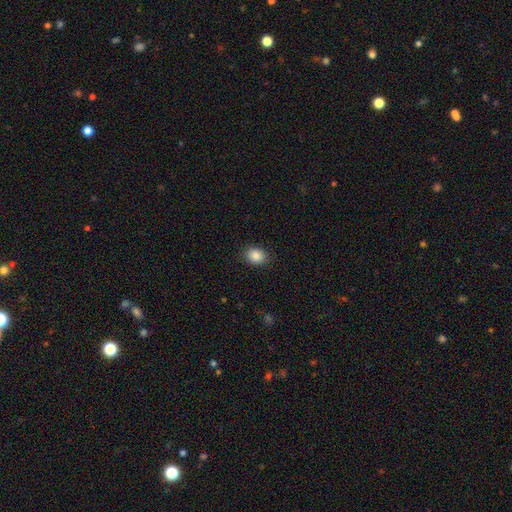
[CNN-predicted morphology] Q: Smooth or featured?
A: smooth (88%); runner-up: star or artifact (9%)
Q: How rounded?
A: in between (58%); runner-up: round (41%)
Q: Merging?
A: none (88%); runner-up: minor disturbance (9%)